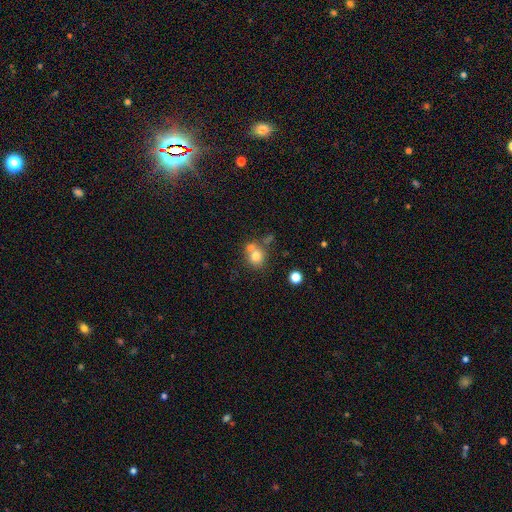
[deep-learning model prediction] Smooth or featured: smooth — 75% (featured or disk — 14%)
How rounded: round — 78% (in between — 21%)
Merging: none — 46% (merger — 39%)